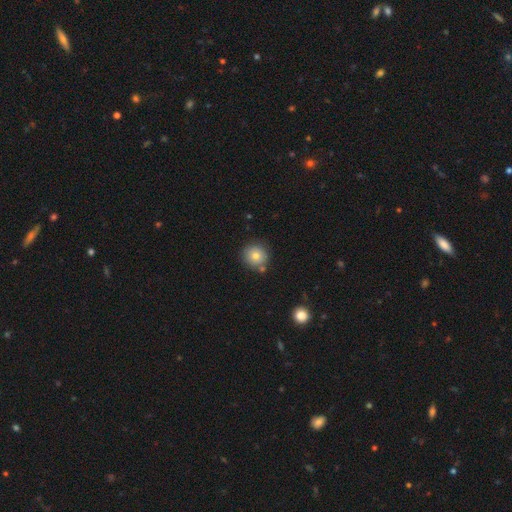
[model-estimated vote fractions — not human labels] Q: Smooth or featured?
A: smooth (77%); runner-up: featured or disk (12%)
Q: How rounded?
A: round (92%); runner-up: in between (7%)
Q: Merging?
A: none (79%); runner-up: minor disturbance (10%)